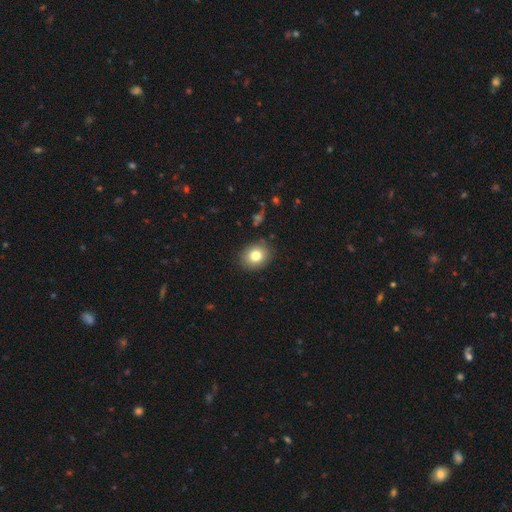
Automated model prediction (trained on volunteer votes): smooth 80%, star or artifact 10%, featured or disk 10%. Down the decision tree: how rounded — round (61%); merging — none (88%).